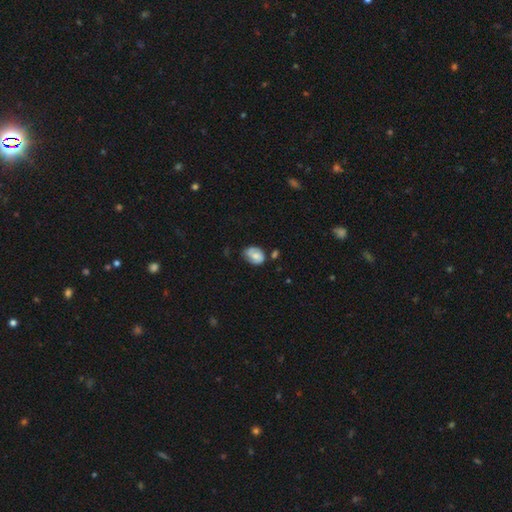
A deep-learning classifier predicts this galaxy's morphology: Smooth or featured? smooth (59%)
How rounded? in between (67%)
Merging? none (49%)